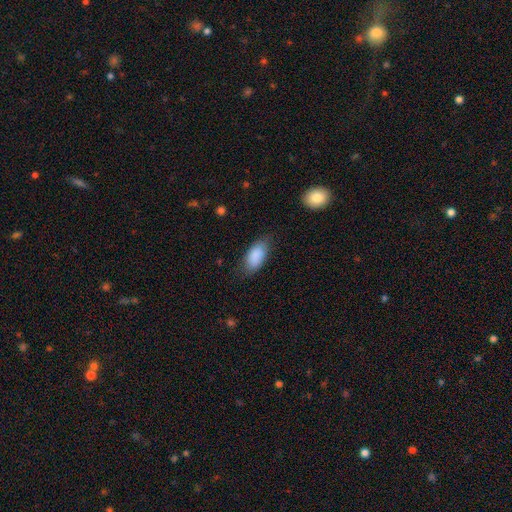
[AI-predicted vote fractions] The model was most divided on "merging": none: 76%, minor disturbance: 18%, major disturbance: 5%, merger: 1%. More confident: how rounded — in between (92%); smooth or featured — smooth (88%).